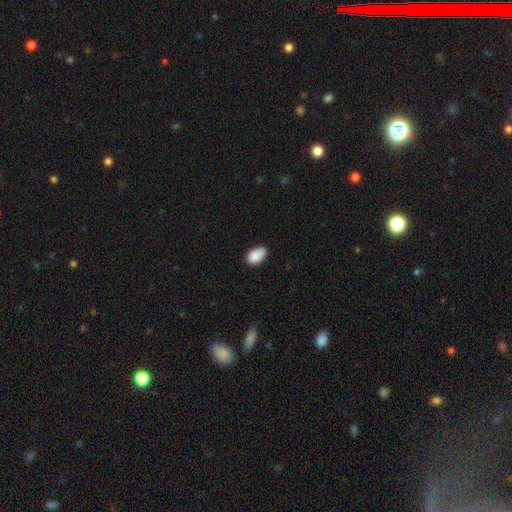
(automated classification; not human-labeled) Smooth or featured?
  - smooth: 89% *
  - star or artifact: 7%
  - featured or disk: 4%
How rounded?
  - in between: 93% *
  - round: 6%
  - cigar-shaped: 2%
Merging?
  - none: 74% *
  - minor disturbance: 22%
  - major disturbance: 3%
  - merger: 1%